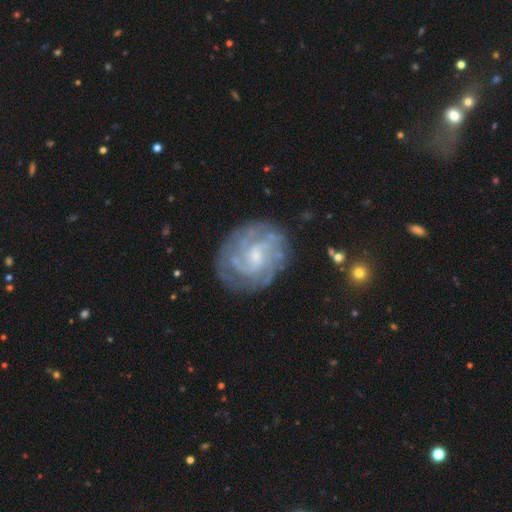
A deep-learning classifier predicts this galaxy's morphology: This is clearly a featured or disk galaxy (83%). It is clearly not viewed edge-on (98%). Bar: possibly no (48%). Spiral arm pattern: clearly yes (93%). Spiral arm count: marginally can't tell (34%). Spiral winding: possibly tight (59%). Central bulge: likely small (63%). Merging: likely none (76%).